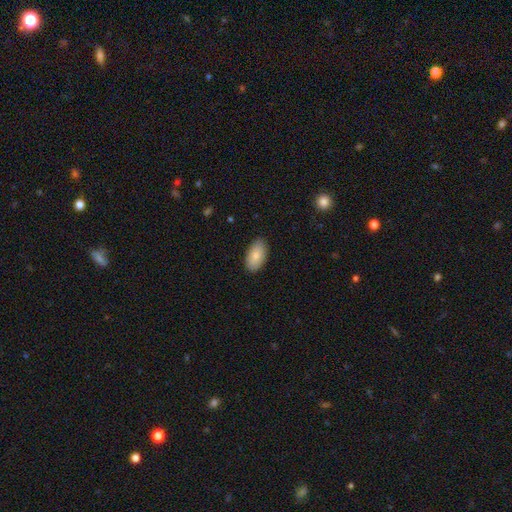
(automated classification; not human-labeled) smooth 84%, featured or disk 10%, star or artifact 6%. Down the decision tree: how rounded — in between (95%); merging — none (87%).